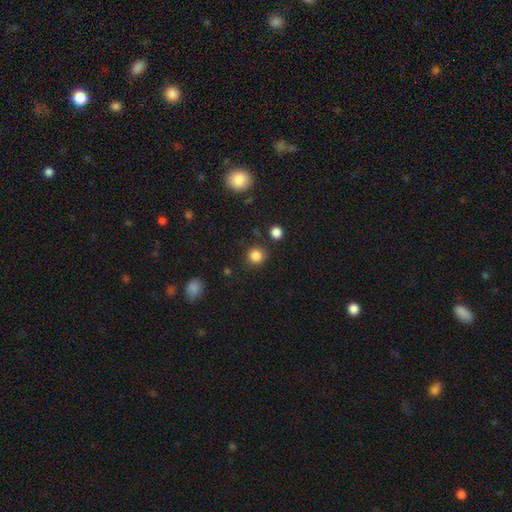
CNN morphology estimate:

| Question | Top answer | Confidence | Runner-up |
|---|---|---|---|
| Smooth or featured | smooth | 85% | star or artifact (12%) |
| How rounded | round | 92% | in between (7%) |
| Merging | none | 88% | minor disturbance (7%) |